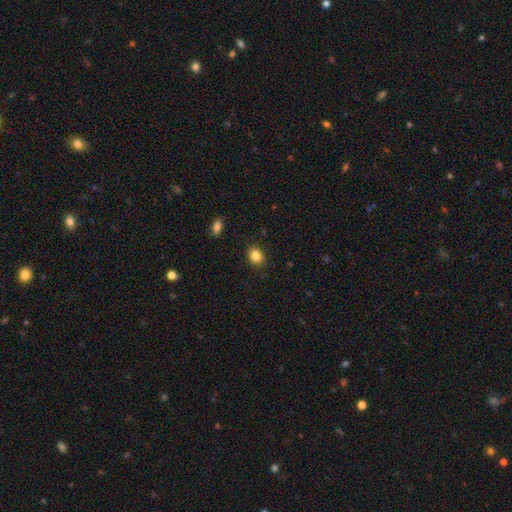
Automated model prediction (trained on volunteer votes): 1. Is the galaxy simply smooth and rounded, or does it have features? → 84% smooth, 10% star or artifact, 5% featured or disk.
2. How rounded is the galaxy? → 62% round, 37% in between, 1% cigar-shaped.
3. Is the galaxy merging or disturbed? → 89% none, 8% minor disturbance, 2% major disturbance, 1% merger.